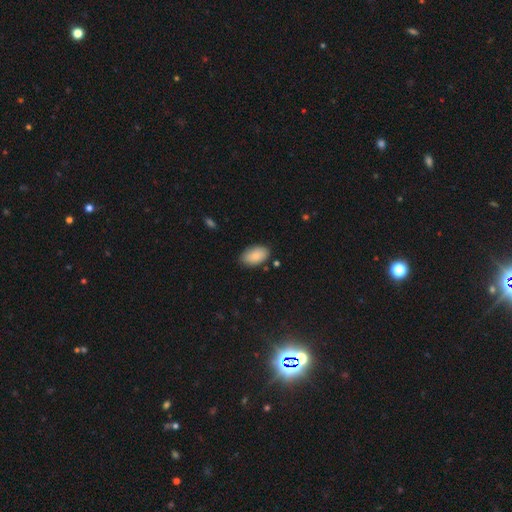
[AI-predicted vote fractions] Q: Smooth or featured?
A: smooth (88%); runner-up: star or artifact (7%)
Q: How rounded?
A: in between (94%); runner-up: round (4%)
Q: Merging?
A: none (82%); runner-up: minor disturbance (14%)